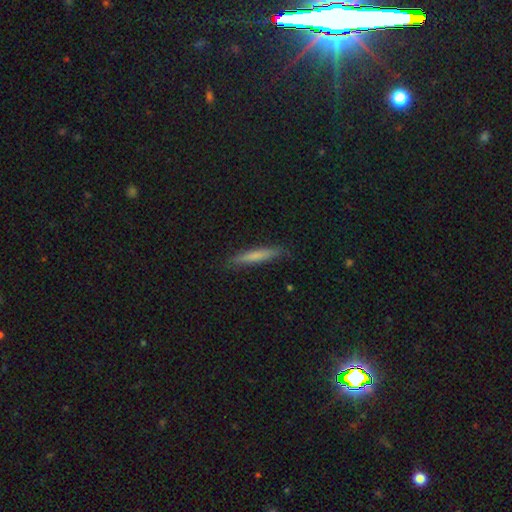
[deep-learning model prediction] A smooth galaxy with no disk features (71%) that is cigar-shaped (93%). Merging: none (87%).